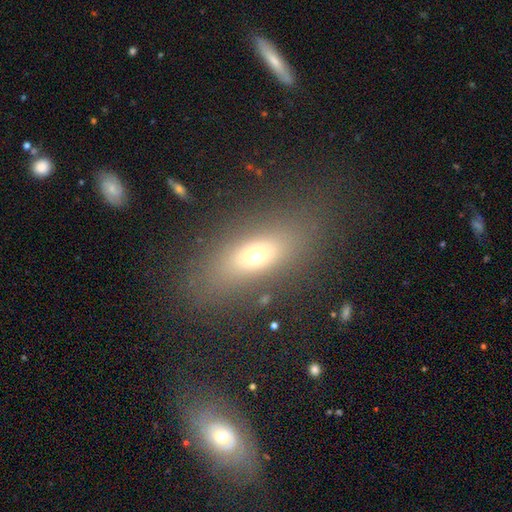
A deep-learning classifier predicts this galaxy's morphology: Overall: smooth (62%; featured or disk 24%). How rounded: in between (65%; cigar-shaped 27%). Merging: none (77%).